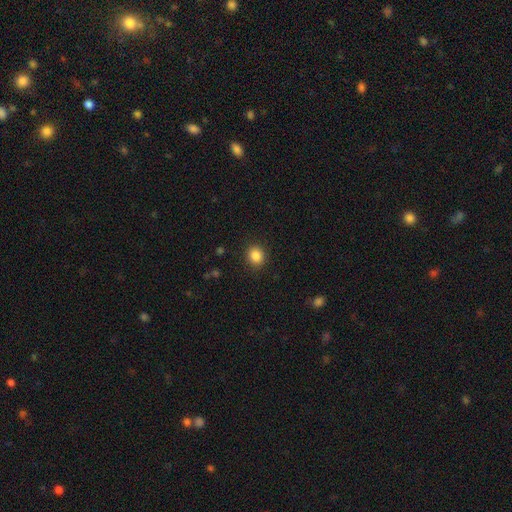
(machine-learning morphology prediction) Q: Smooth or featured?
A: smooth (86%); runner-up: star or artifact (10%)
Q: How rounded?
A: round (77%); runner-up: in between (22%)
Q: Merging?
A: none (90%); runner-up: minor disturbance (6%)